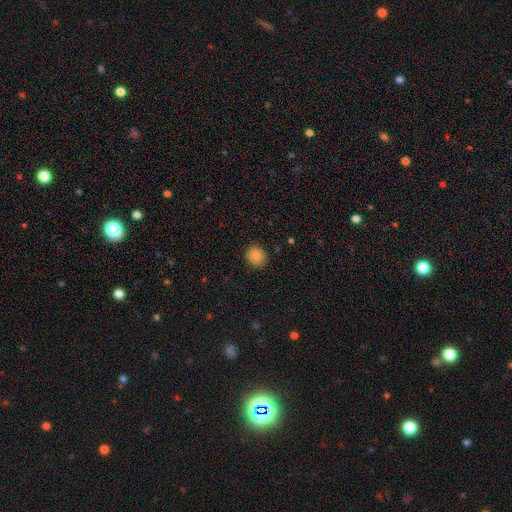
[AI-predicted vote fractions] This appears to be a smooth galaxy with no disk features (85%) that is round (87%). Merging: none (90%).